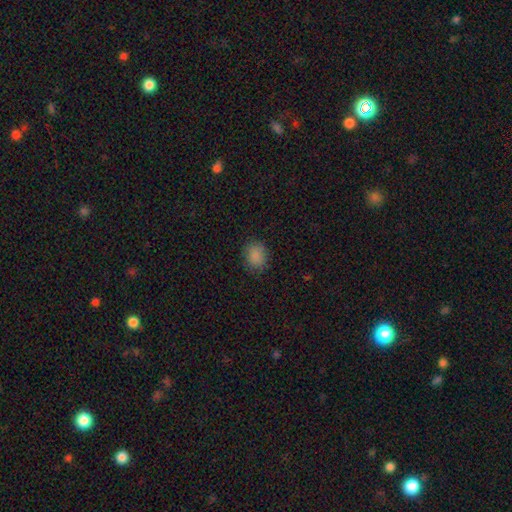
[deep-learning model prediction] smooth 86%, star or artifact 10%, featured or disk 4%. Down the decision tree: how rounded — round (53%); merging — none (83%).